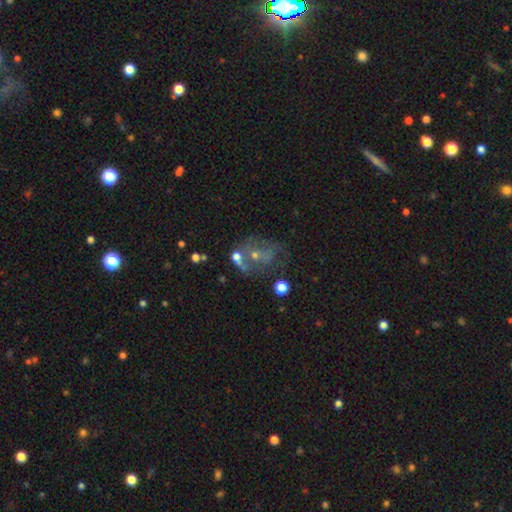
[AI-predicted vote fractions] smooth-or-featured: featured or disk: 51% | smooth: 27% | star or artifact: 23%
  disk-edge-on: no: 96% | yes: 4%
  merging: none: 41% | major disturbance: 23% | minor disturbance: 18% | merger: 18%